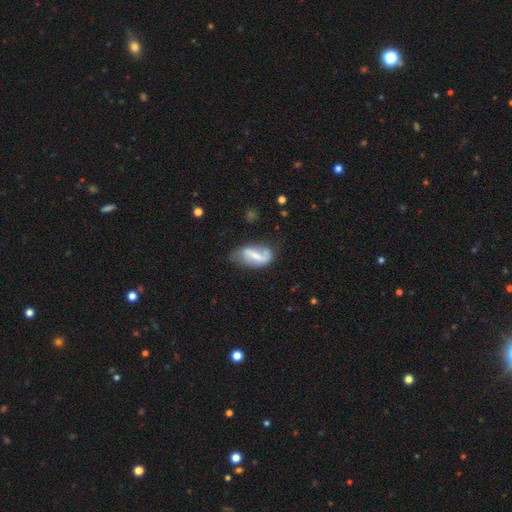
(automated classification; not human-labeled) The model was most divided on "bar": strong: 42%, weak: 39%, no: 19%. Remaining: edge-on disk — no (95%); spiral arms — yes (77%); smooth or featured — featured or disk (58%); merging — none (46%); bulge size — small (38%).